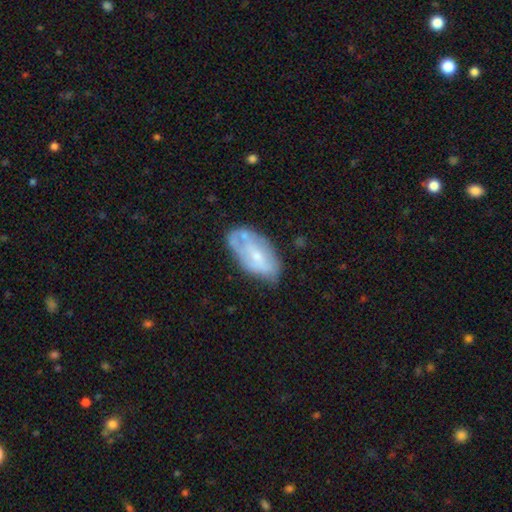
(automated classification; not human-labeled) featured or disk 50%, smooth 43%, star or artifact 7%. Down the decision tree: edge-on disk — no (91%); merging — none (52%).